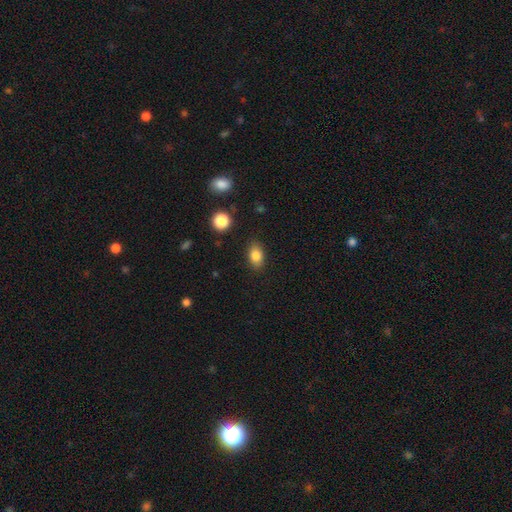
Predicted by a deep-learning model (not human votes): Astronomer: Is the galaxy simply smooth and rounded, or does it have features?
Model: smooth — 83%.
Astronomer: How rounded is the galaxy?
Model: in between — 83%.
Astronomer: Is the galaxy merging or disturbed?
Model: none — 85%.